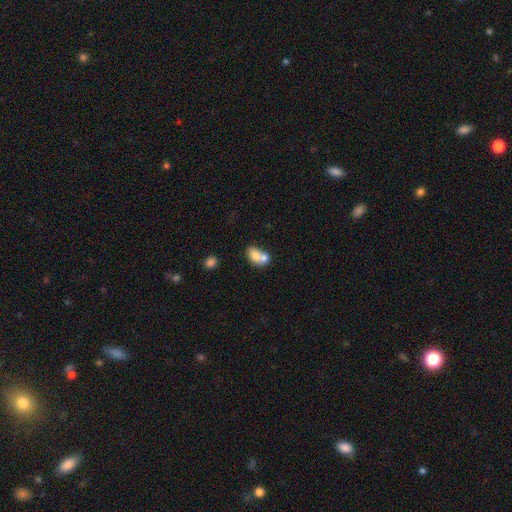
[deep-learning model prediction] A smooth galaxy with no disk features (71%) that is in between round and cigar-shaped (66%).

Vote fractions:
- Smooth or featured? smooth: 71% / featured or disk: 21% / star or artifact: 8%
- How rounded? in between: 66% / round: 32% / cigar-shaped: 1%
- Merging? merger: 69% / none: 20% / minor disturbance: 7% / major disturbance: 4%